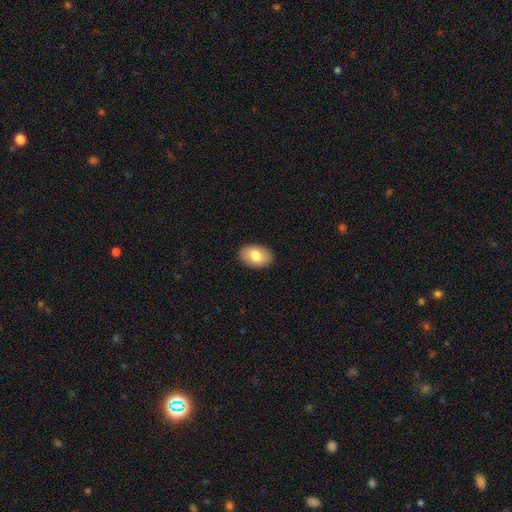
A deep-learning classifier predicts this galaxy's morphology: Smooth or featured: smooth — 79% (featured or disk — 15%)
How rounded: in between — 88% (round — 11%)
Merging: none — 90% (minor disturbance — 7%)